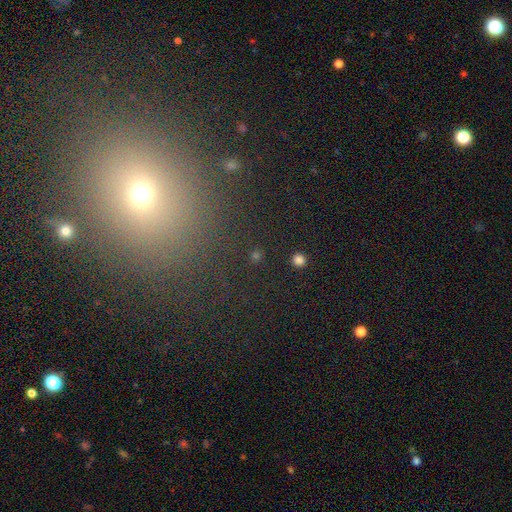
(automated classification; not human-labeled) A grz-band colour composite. It shows a smooth galaxy with no disk features (47%). Merging: none (85%).